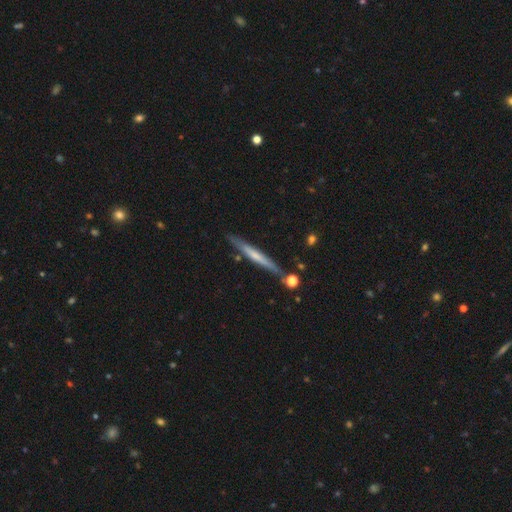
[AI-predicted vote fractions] The model was most divided on "smooth or featured": featured or disk: 51%, smooth: 43%, star or artifact: 6%. More confident: edge-on disk — yes (94%); merging — none (80%).